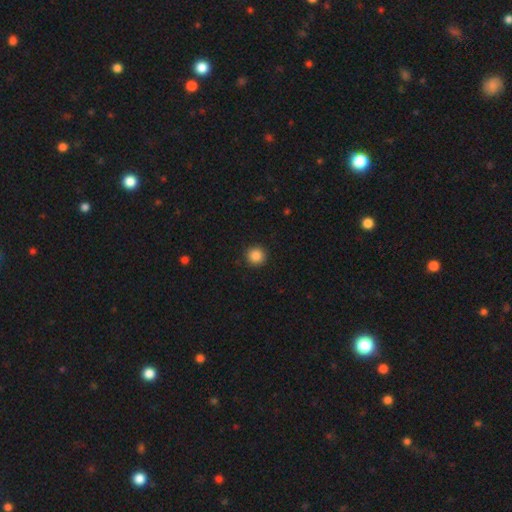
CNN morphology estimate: type=smooth (87%); roundness=round (95%); merging=none (92%).